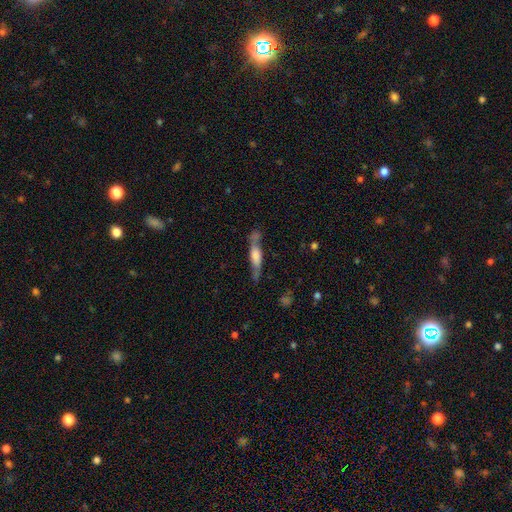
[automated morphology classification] A featured or disk galaxy (47%).

Vote fractions:
- Smooth or featured? featured or disk: 47% / smooth: 46% / star or artifact: 7%
- Merging? none: 59% / minor disturbance: 22% / merger: 11% / major disturbance: 8%